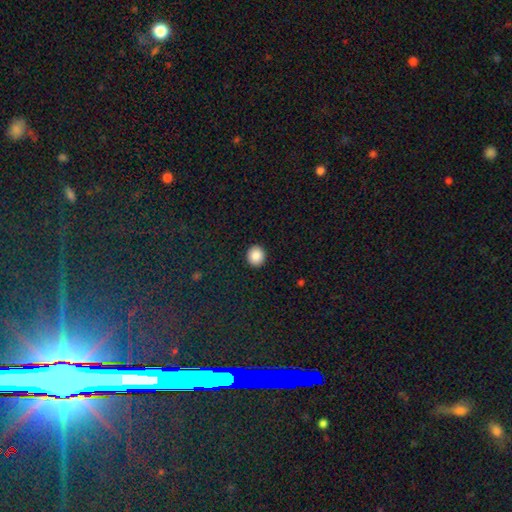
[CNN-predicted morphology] smooth-or-featured: smooth: 87% | star or artifact: 9% | featured or disk: 4%
  how-rounded: round: 91% | in between: 8% | cigar-shaped: 1%
  merging: none: 93% | minor disturbance: 4% | major disturbance: 2% | merger: 1%